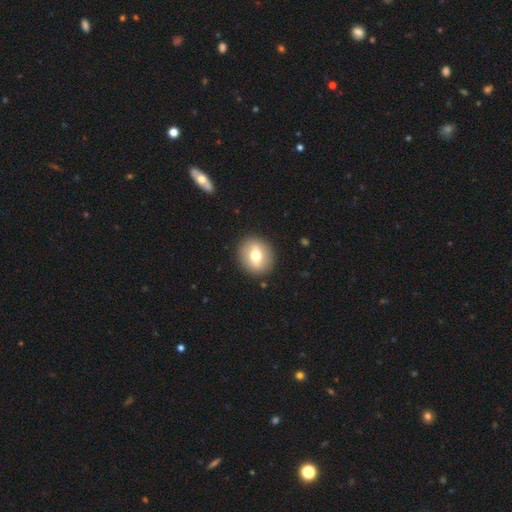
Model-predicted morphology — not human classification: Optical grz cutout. It shows a smooth galaxy with no disk features (65%) that is round (75%). Merging: none (91%).